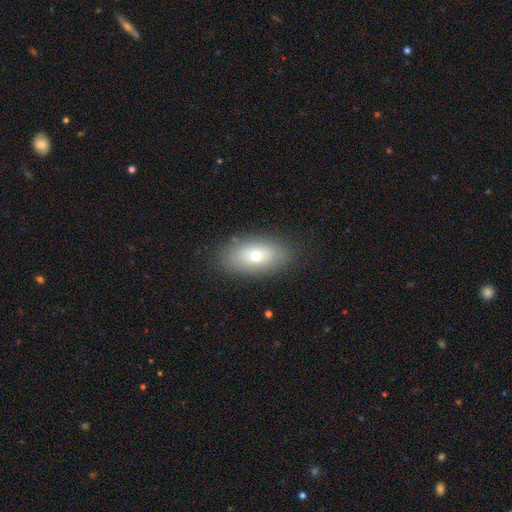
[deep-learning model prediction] smooth-or-featured: smooth: 67% | featured or disk: 23% | star or artifact: 10%
  how-rounded: in between: 90% | round: 7% | cigar-shaped: 4%
  merging: none: 85% | minor disturbance: 10% | major disturbance: 3% | merger: 1%